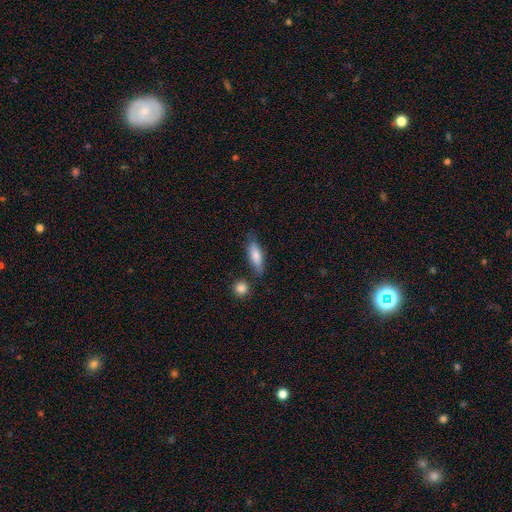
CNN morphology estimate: A smooth galaxy with no disk features (76%) that is in between round and cigar-shaped (55%).

Vote fractions:
- Smooth or featured? smooth: 76% / featured or disk: 18% / star or artifact: 6%
- How rounded? in between: 55% / cigar-shaped: 42% / round: 3%
- Merging? none: 72% / minor disturbance: 17% / merger: 6% / major disturbance: 4%